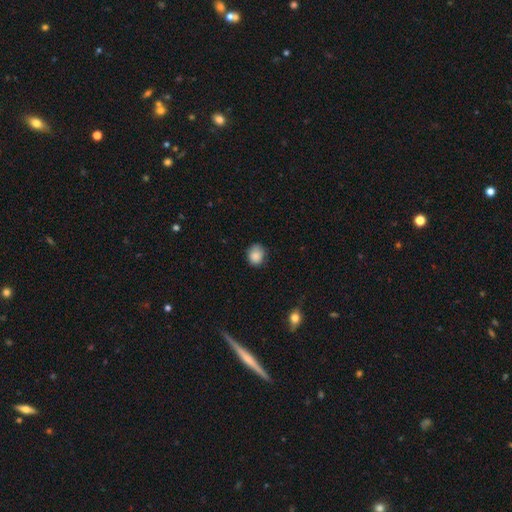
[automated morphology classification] Smooth or featured: smooth — 87% (star or artifact — 9%)
How rounded: round — 71% (in between — 28%)
Merging: none — 75% (minor disturbance — 20%)